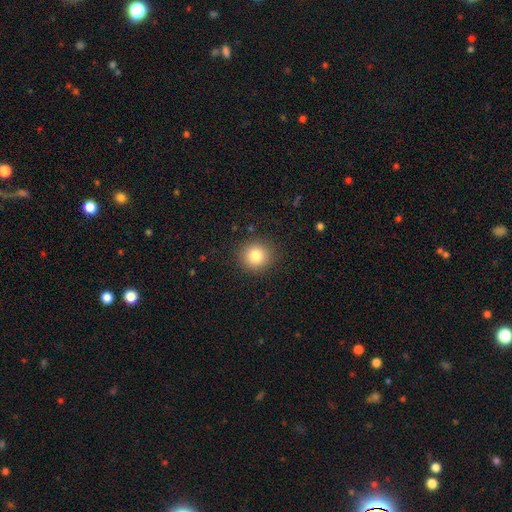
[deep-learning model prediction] smooth_or_featured: smooth (p=0.82) [alt: star or artifact p=0.11]
how_rounded: round (p=0.92) [alt: in between p=0.07]
merging: none (p=0.90) [alt: minor disturbance p=0.07]